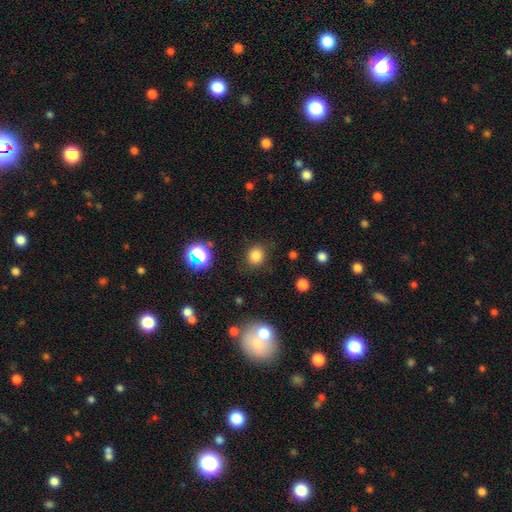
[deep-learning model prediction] Smooth or featured: smooth — 80% (star or artifact — 15%)
How rounded: round — 79% (in between — 20%)
Merging: none — 84% (minor disturbance — 10%)